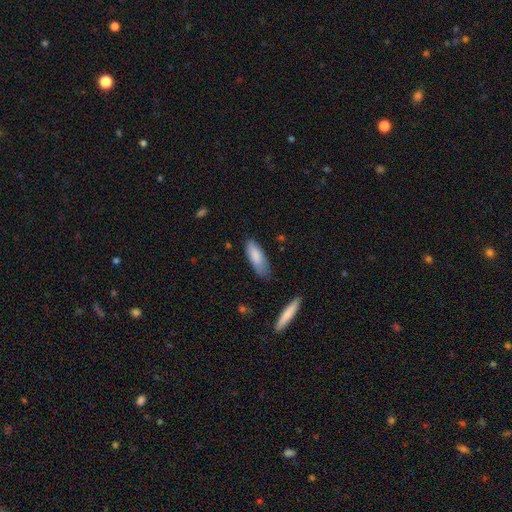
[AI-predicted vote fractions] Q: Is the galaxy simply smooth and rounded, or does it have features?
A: smooth — 84%.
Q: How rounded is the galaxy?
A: in between — 64%.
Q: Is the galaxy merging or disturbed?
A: none — 70%.